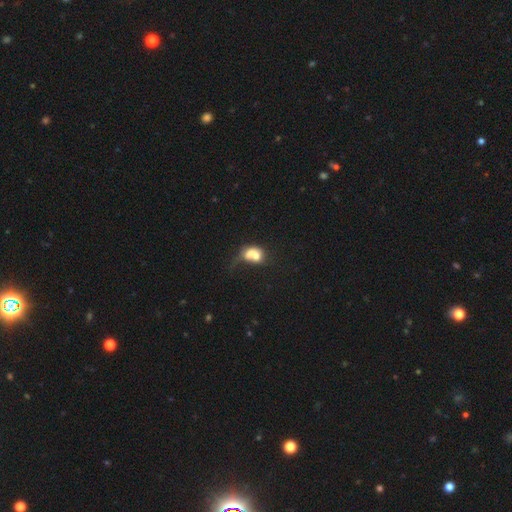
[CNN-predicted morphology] Smooth or featured? smooth (62%)
How rounded? in between (57%)
Merging? merger (60%)